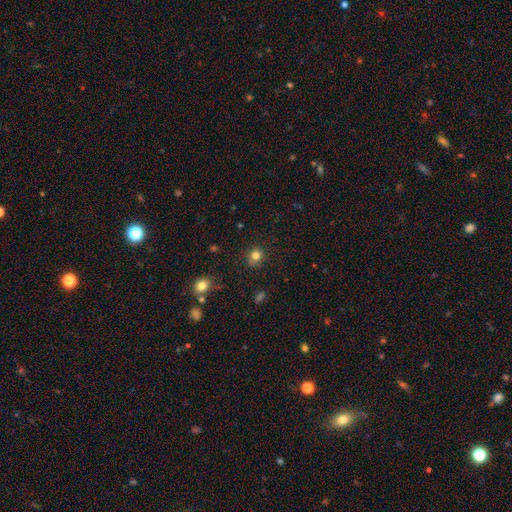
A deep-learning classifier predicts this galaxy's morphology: type=smooth (80%); roundness=round (87%); merging=none (83%).